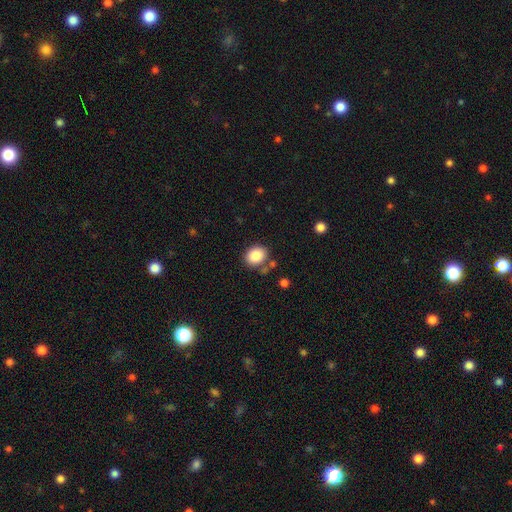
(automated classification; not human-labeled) This is clearly a smooth galaxy (86%). How rounded: possibly round (53%). Merging: likely none (76%).